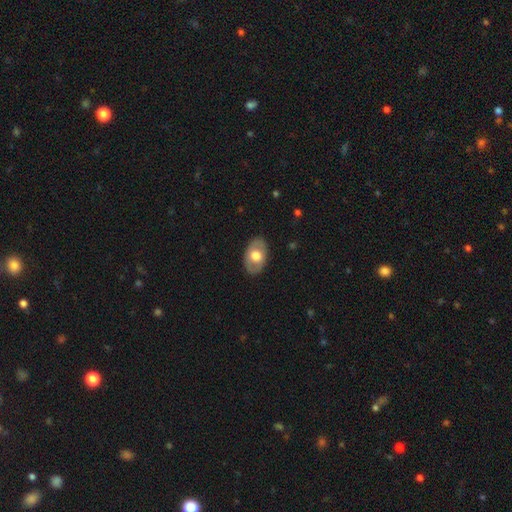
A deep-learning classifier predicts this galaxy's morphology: A smooth galaxy with no disk features (56%) that is in between round and cigar-shaped (88%). Merging: none (85%).